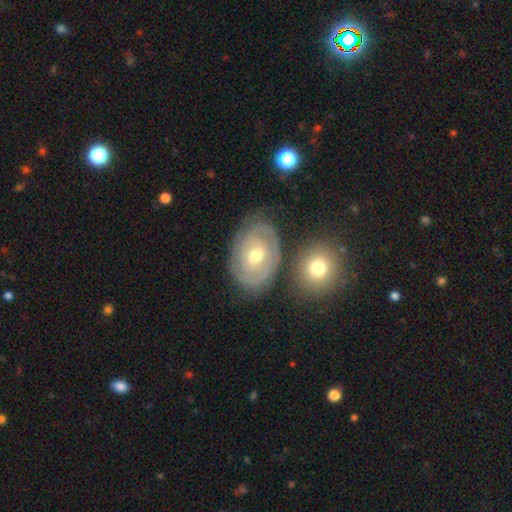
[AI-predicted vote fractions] smooth_or_featured: featured or disk (p=0.83) [alt: smooth p=0.12]
disk_edge_on: no (p=0.96) [alt: yes p=0.04]
bar: no (p=0.68) [alt: weak p=0.25]
has_spiral_arms: yes (p=0.87) [alt: no p=0.13]
spiral_winding: tight (p=0.81) [alt: medium p=0.15]
spiral_arm_count: 2 (p=0.54) [alt: can't tell p=0.27]
bulge_size: moderate (p=0.70) [alt: small p=0.25]
merging: none (p=0.76) [alt: minor disturbance p=0.14]